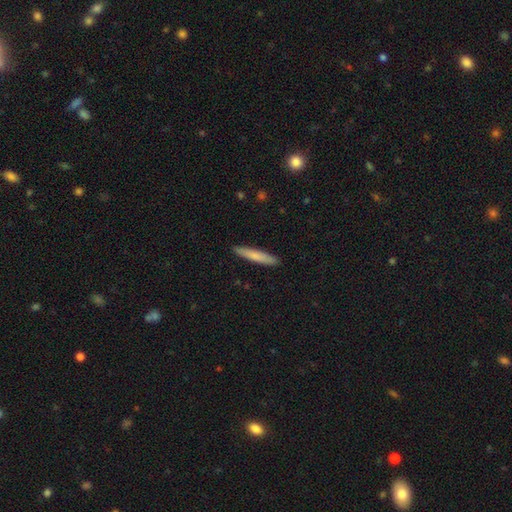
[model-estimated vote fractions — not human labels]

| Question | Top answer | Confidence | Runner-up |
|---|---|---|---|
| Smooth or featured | smooth | 76% | featured or disk (18%) |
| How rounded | cigar-shaped | 93% | in between (5%) |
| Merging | none | 91% | minor disturbance (6%) |